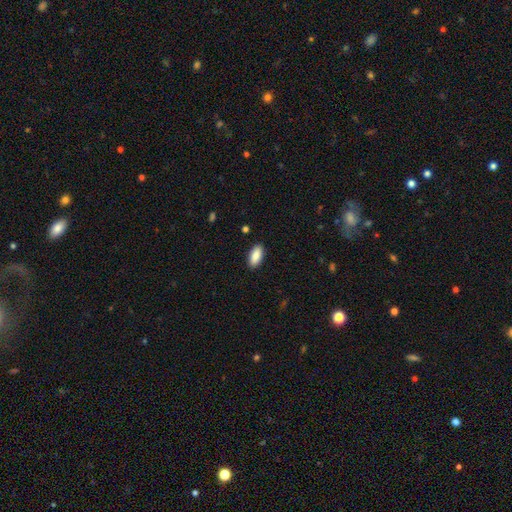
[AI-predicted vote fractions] This is clearly a smooth galaxy (88%). How rounded: clearly in between (88%). Merging: clearly none (89%).